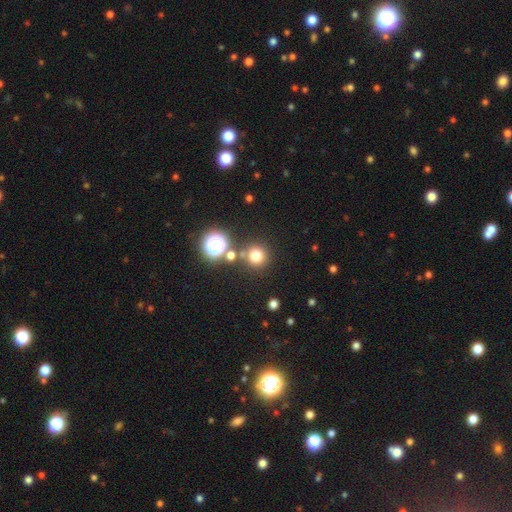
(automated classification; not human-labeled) Morphology: type=smooth (72%); roundness=round (94%); merging=none (77%).